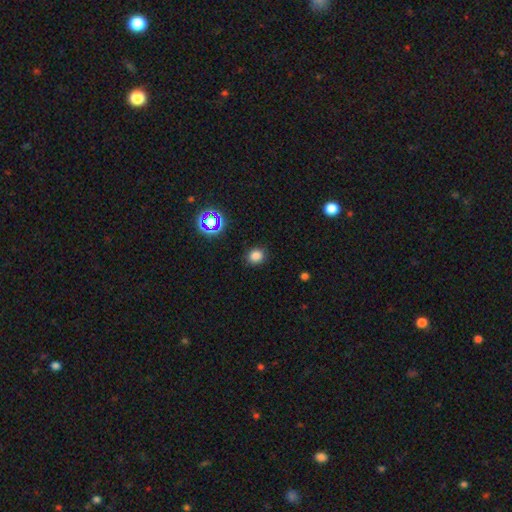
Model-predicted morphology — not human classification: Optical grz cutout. It shows a smooth galaxy with no disk features (79%) that is round (72%). Merging: none (88%).